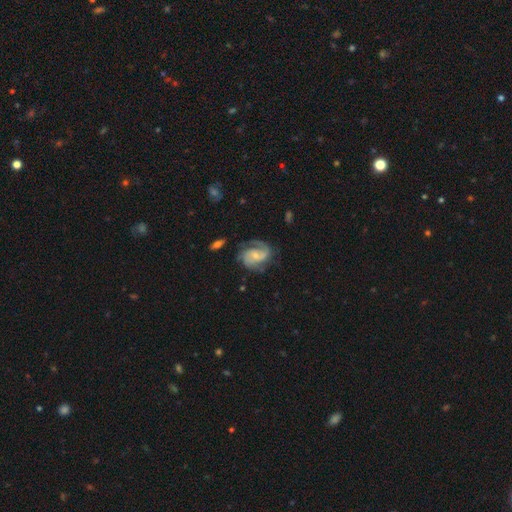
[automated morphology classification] featured or disk 84%, smooth 11%, star or artifact 5%. Down the decision tree: edge-on disk — no (98%); bar — no (54%); spiral arms — yes (96%); spiral arm count — 2 (68%); spiral winding — medium (48%); bulge size — small (63%); merging — none (65%).